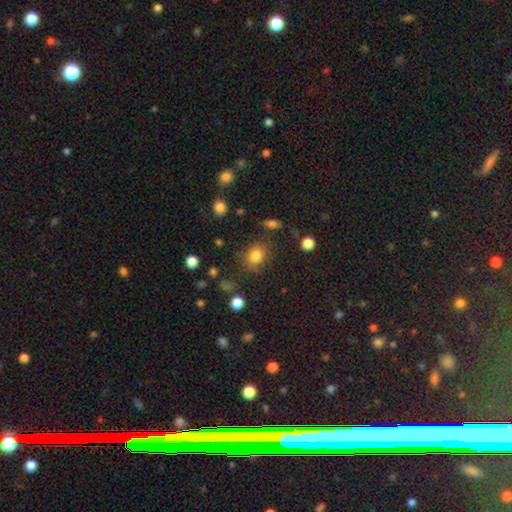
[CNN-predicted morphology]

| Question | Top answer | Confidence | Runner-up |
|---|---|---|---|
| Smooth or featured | smooth | 80% | star or artifact (12%) |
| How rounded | round | 54% | in between (45%) |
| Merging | none | 75% | minor disturbance (16%) |